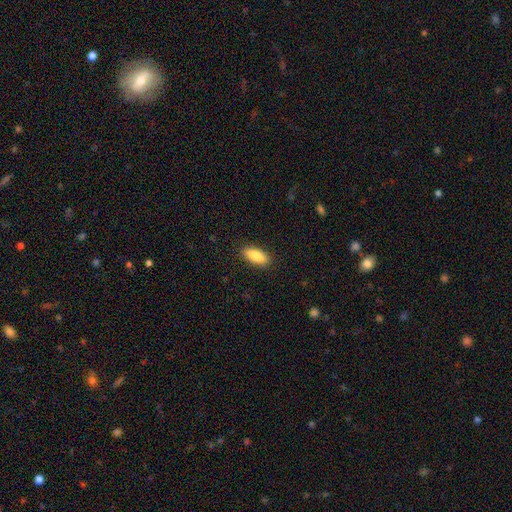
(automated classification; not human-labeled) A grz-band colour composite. It shows a smooth galaxy with no disk features (86%) that is in between round and cigar-shaped (75%). Merging: none (89%).